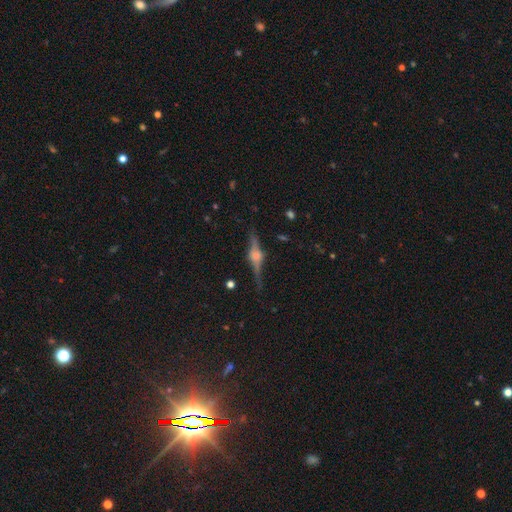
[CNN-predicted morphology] smooth-or-featured: featured or disk: 82% | smooth: 11% | star or artifact: 8%
  disk-edge-on: yes: 97% | no: 3%
    edge-on-bulge: rounded: 85% | boxy: 13% | none: 2%
  merging: none: 83% | minor disturbance: 12% | major disturbance: 3% | merger: 2%